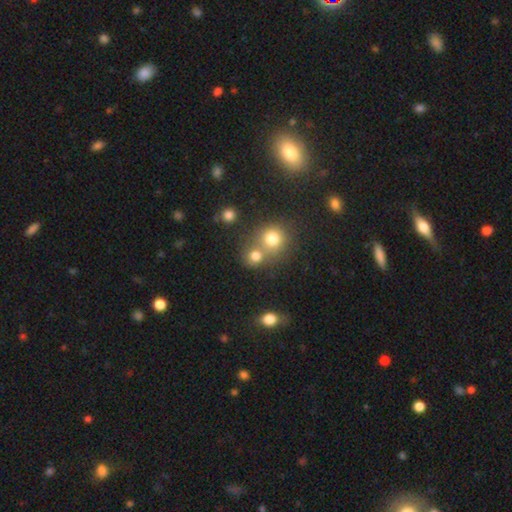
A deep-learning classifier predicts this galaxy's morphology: A smooth galaxy with no disk features (77%) that is round (83%).

Vote fractions:
- Smooth or featured? smooth: 77% / star or artifact: 15% / featured or disk: 8%
- How rounded? round: 83% / in between: 16% / cigar-shaped: 1%
- Merging? none: 50% / merger: 40% / minor disturbance: 7% / major disturbance: 3%